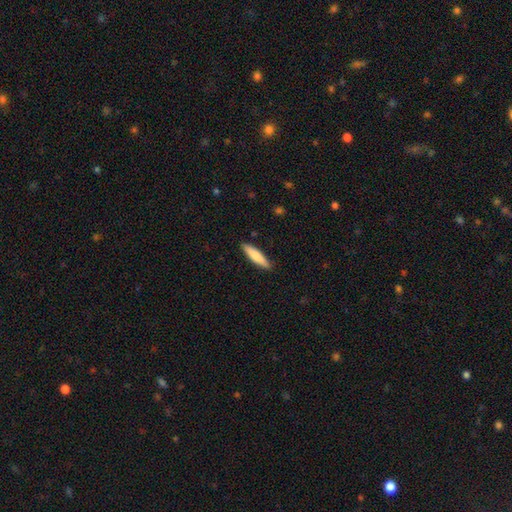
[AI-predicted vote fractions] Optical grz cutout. It shows a smooth galaxy with no disk features (77%) that is cigar-shaped (80%). Merging: none (90%).